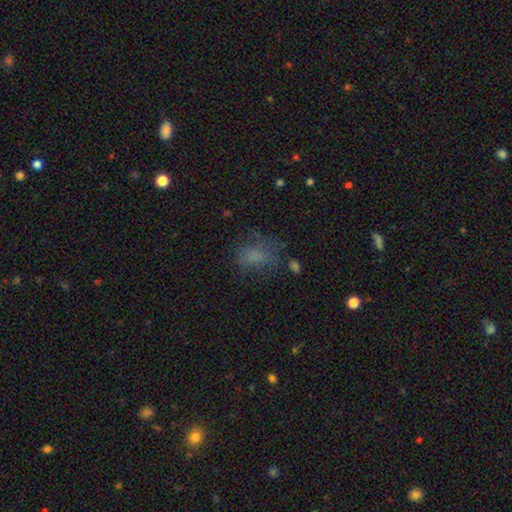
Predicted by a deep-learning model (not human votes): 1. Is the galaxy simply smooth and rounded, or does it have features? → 63% smooth, 19% featured or disk, 18% star or artifact.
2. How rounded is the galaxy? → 64% in between, 34% round, 2% cigar-shaped.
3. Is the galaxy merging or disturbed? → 53% none, 22% major disturbance, 22% minor disturbance, 3% merger.